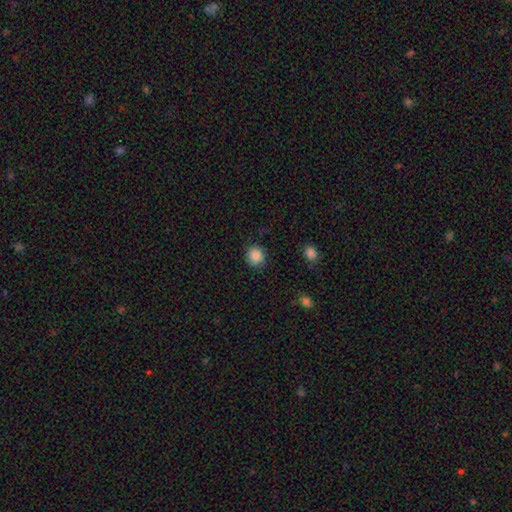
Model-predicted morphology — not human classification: Smooth or featured? Predicted: smooth (p=0.88). How rounded? Predicted: round (p=0.89). Merging? Predicted: none (p=0.88).